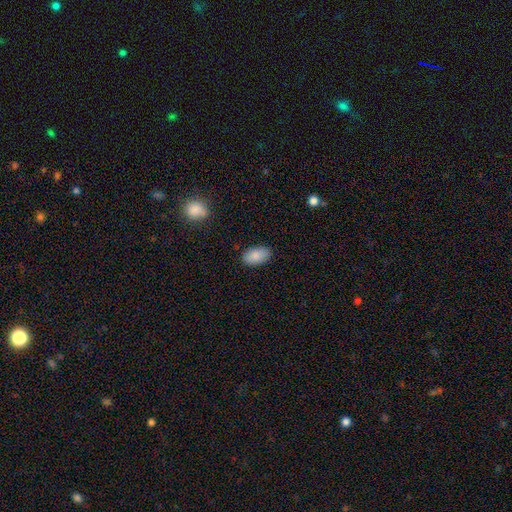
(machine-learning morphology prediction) The model was most divided on "merging": none: 87%, minor disturbance: 10%, major disturbance: 2%, merger: 1%. More confident: how rounded — in between (94%); smooth or featured — smooth (87%).